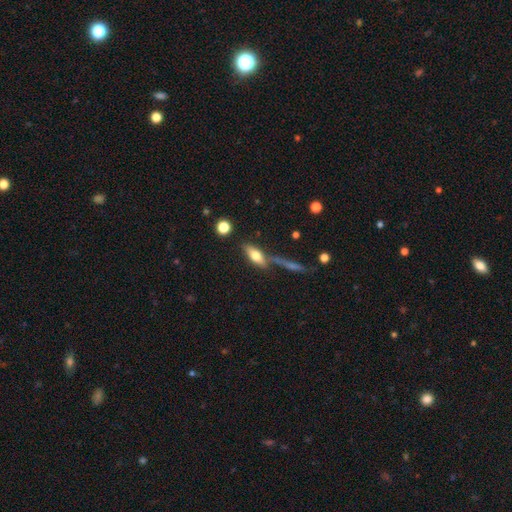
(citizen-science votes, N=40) A smooth galaxy with no disk features (65%) that is in between round and cigar-shaped (77%).

Vote fractions:
- Smooth or featured? smooth: 65% / featured or disk: 35% / star or artifact: 0%
- How rounded? in between: 77% / cigar-shaped: 23% / round: 0%
- Merging? none: 70% / merger: 15% / minor disturbance: 8% / major disturbance: 8%